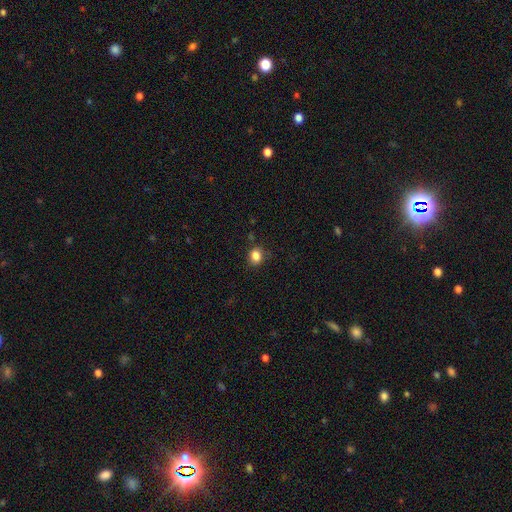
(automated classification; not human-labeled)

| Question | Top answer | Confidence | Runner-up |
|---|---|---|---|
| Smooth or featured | smooth | 84% | star or artifact (11%) |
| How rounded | round | 58% | in between (41%) |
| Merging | none | 81% | minor disturbance (13%) |